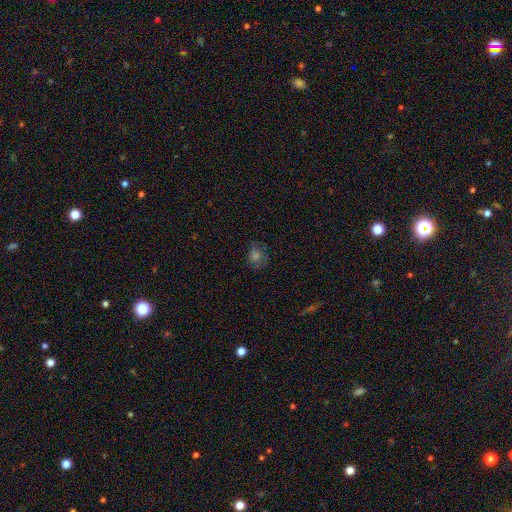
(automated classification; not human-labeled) Smooth or featured: smooth — 58% (star or artifact — 24%)
How rounded: round — 74% (in between — 25%)
Merging: none — 75% (minor disturbance — 18%)